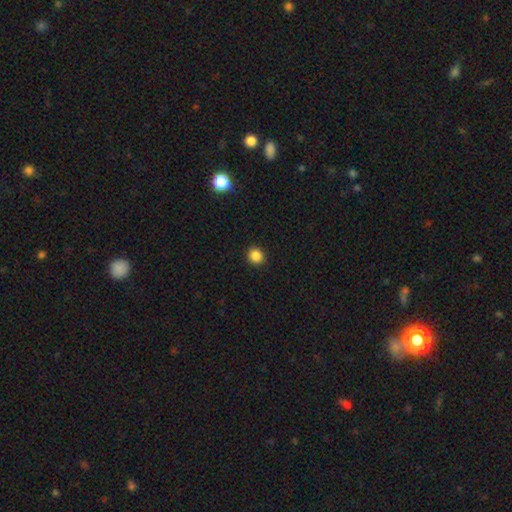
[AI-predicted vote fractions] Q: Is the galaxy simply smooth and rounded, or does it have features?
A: smooth — 86%.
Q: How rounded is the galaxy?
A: round — 91%.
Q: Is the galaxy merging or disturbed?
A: none — 93%.